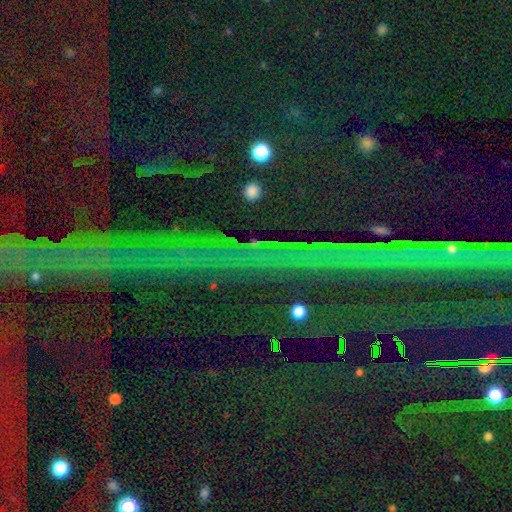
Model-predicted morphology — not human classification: This is clearly a star or artifact rather than a galaxy (85%).